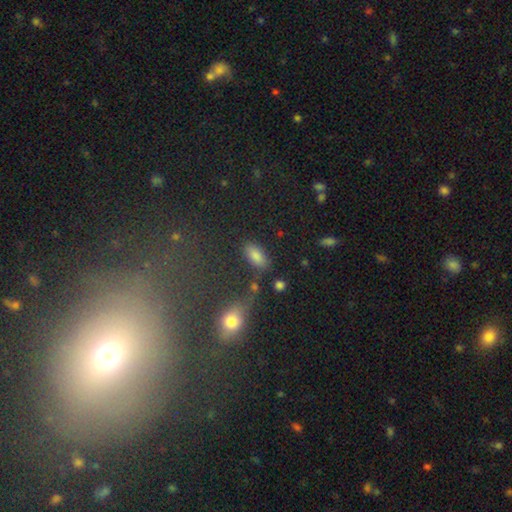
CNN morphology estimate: Smooth or featured? Predicted: smooth (p=0.79). How rounded? Predicted: in between (p=0.87). Merging? Predicted: none (p=0.78).